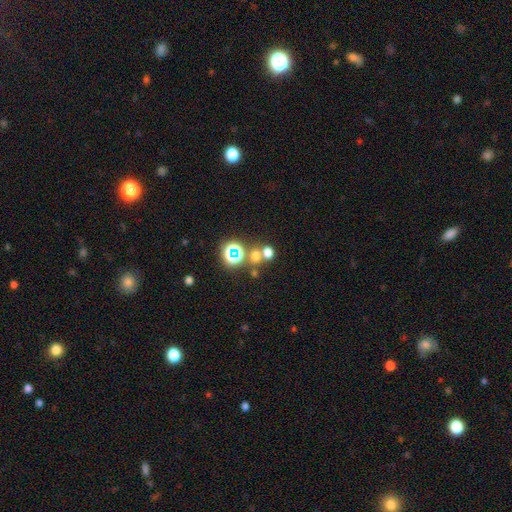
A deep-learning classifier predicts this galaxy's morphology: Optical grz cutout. It shows a smooth galaxy with no disk features (57%) that is round (75%). Merging: none (57%).